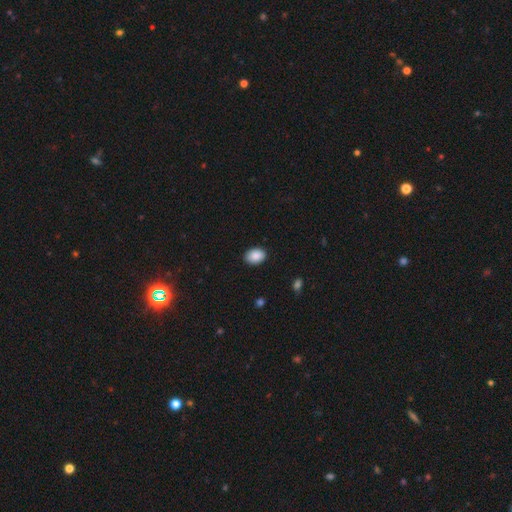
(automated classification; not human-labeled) Overall: smooth (89%). How rounded: in between (77%). Merging: none (88%).